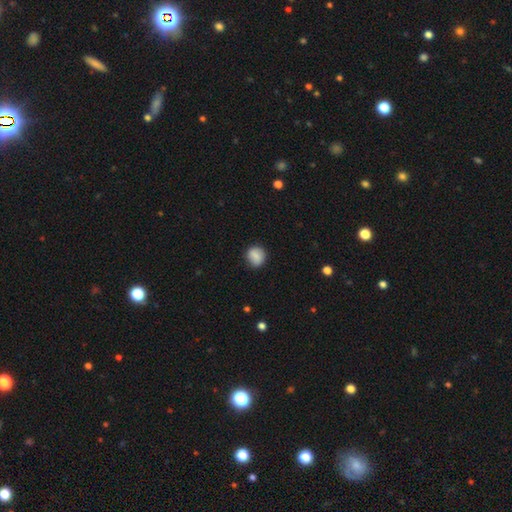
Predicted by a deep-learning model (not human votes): Overall: smooth (83%). How rounded: round (82%). Merging: none (80%).